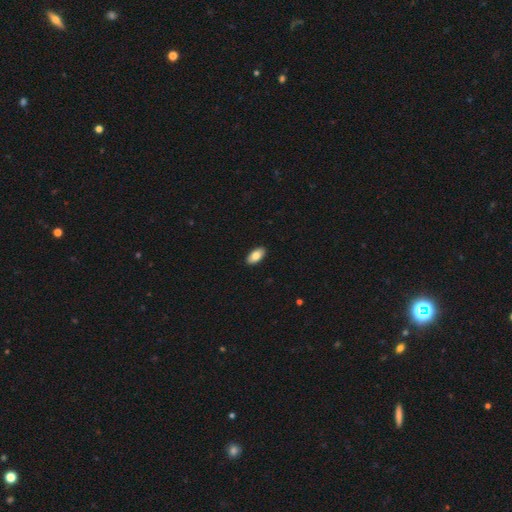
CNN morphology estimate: A smooth galaxy with no disk features (84%) that is in between round and cigar-shaped (94%). Merging: none (91%).